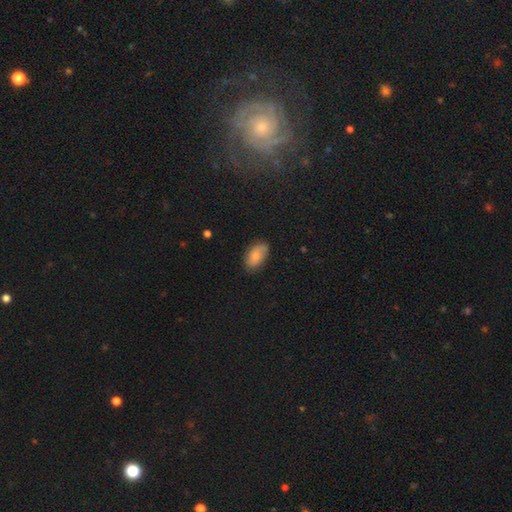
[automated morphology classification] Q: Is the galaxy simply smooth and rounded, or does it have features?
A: smooth — 71%.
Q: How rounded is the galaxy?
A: in between — 93%.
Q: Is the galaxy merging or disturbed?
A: none — 77%.